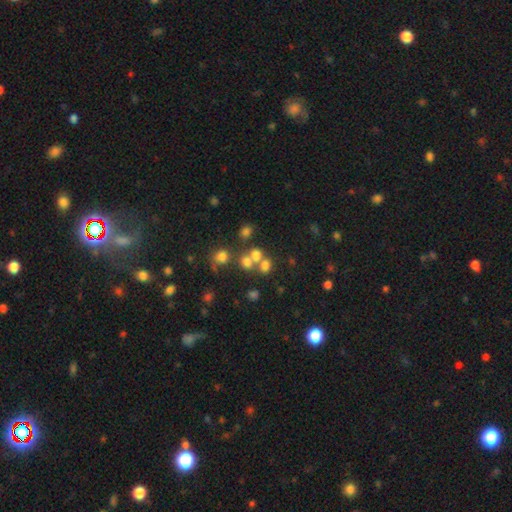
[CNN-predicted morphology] Smooth or featured: smooth — 62% (star or artifact — 22%)
How rounded: round — 69% (in between — 30%)
Merging: none — 44% (merger — 41%)